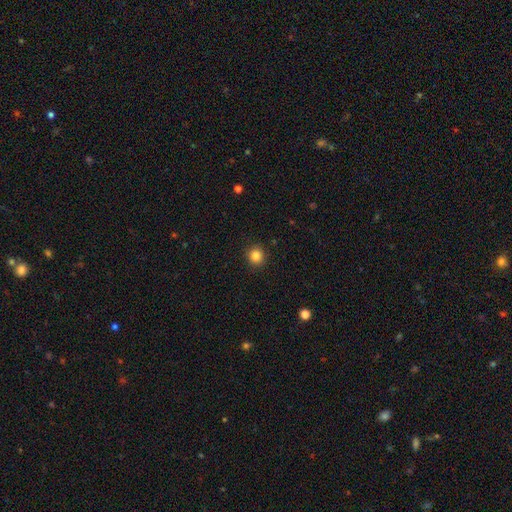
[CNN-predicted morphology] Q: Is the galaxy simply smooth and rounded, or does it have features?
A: smooth — 84%.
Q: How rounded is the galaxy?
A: round — 91%.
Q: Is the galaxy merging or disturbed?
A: none — 91%.